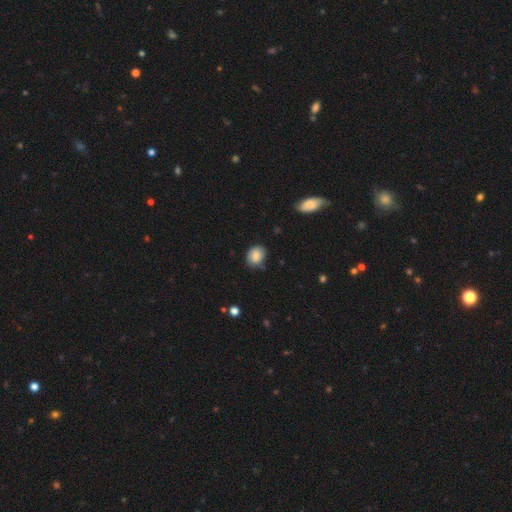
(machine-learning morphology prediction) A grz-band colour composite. It shows a smooth galaxy with no disk features (84%) that is in between round and cigar-shaped (50%). Merging: none (72%).